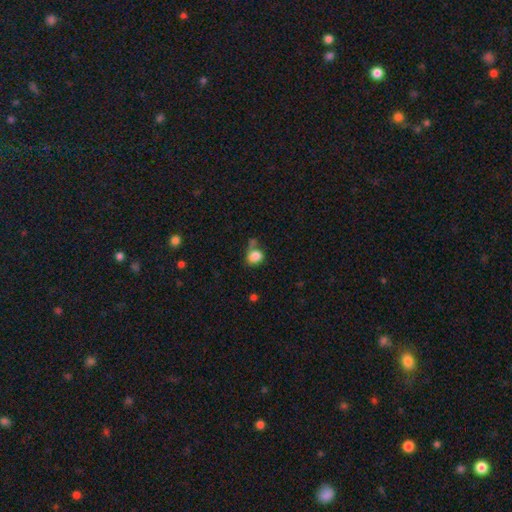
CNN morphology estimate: This is clearly a smooth galaxy (83%). How rounded: possibly in between (53%). Merging: marginally none (41%).